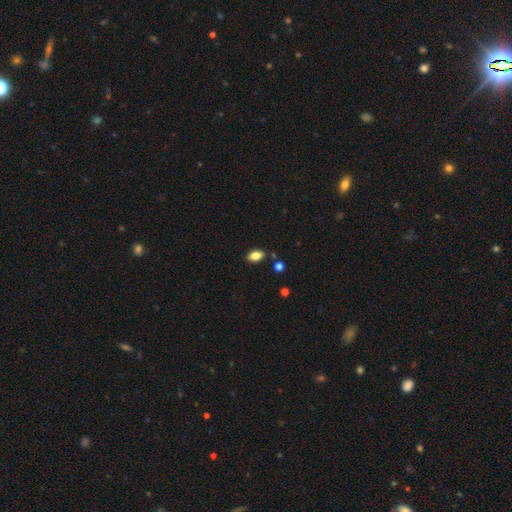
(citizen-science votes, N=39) Volunteers were most divided on "smooth or featured": smooth: 85%, featured or disk: 13%, star or artifact: 3%. More confident: how rounded — in between (91%); merging — none (84%).